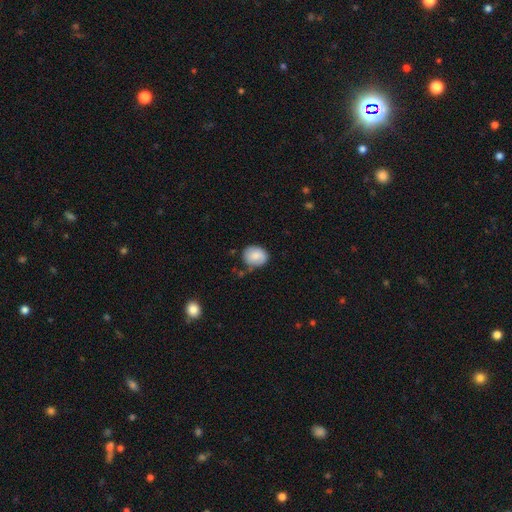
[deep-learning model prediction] Overall: smooth (78%). How rounded: round (65%; in between 35%). Merging: none (69%).